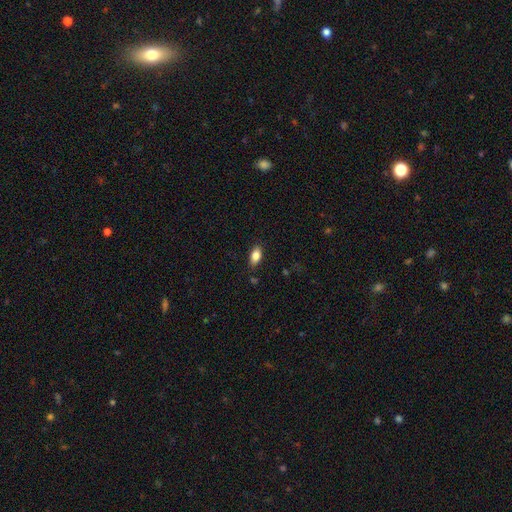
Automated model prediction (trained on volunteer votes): Q: Smooth or featured?
A: smooth (82%); runner-up: featured or disk (10%)
Q: How rounded?
A: in between (89%); runner-up: cigar-shaped (7%)
Q: Merging?
A: none (85%); runner-up: minor disturbance (11%)